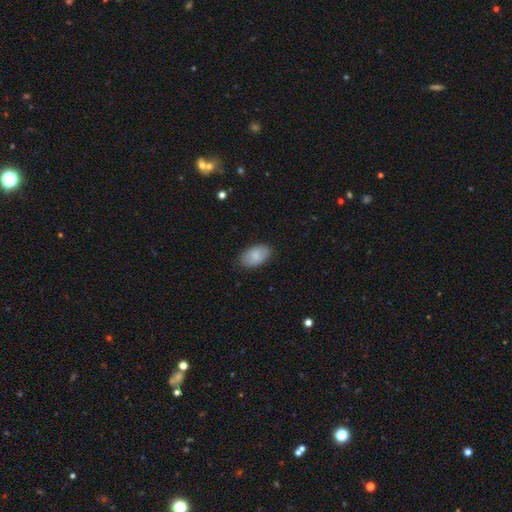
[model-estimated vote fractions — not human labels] Q: Smooth or featured?
A: smooth (84%); runner-up: featured or disk (10%)
Q: How rounded?
A: in between (94%); runner-up: round (5%)
Q: Merging?
A: none (84%); runner-up: minor disturbance (12%)